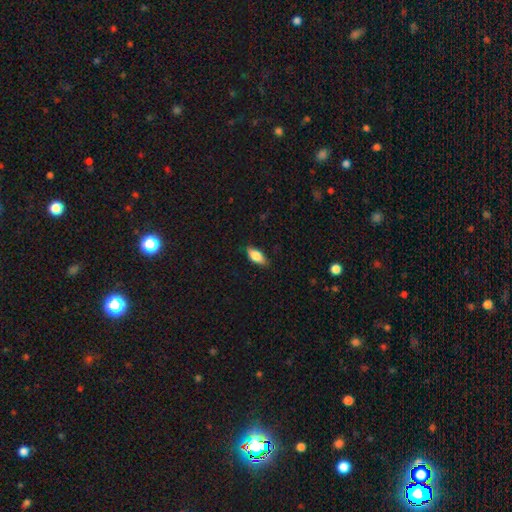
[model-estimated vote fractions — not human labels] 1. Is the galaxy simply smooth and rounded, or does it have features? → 76% smooth, 17% featured or disk, 7% star or artifact.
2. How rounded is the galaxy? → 84% in between, 12% cigar-shaped, 4% round.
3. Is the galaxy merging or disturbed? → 81% none, 15% minor disturbance, 3% major disturbance, 1% merger.